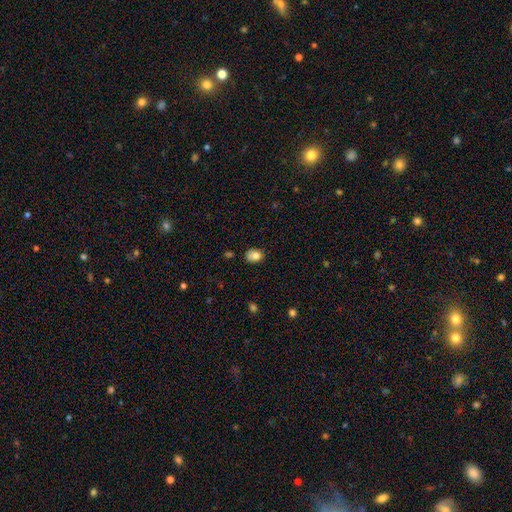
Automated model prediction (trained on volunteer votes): Smooth or featured? smooth (81%)
How rounded? in between (64%)
Merging? none (70%)